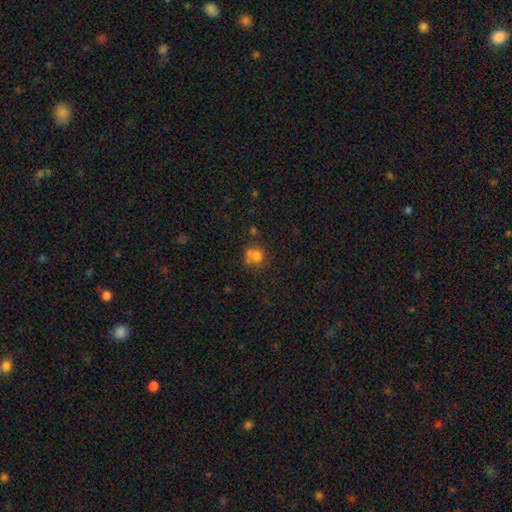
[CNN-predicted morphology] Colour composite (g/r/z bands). It shows a smooth galaxy with no disk features (71%) that is round (80%). Merging: none (45%).